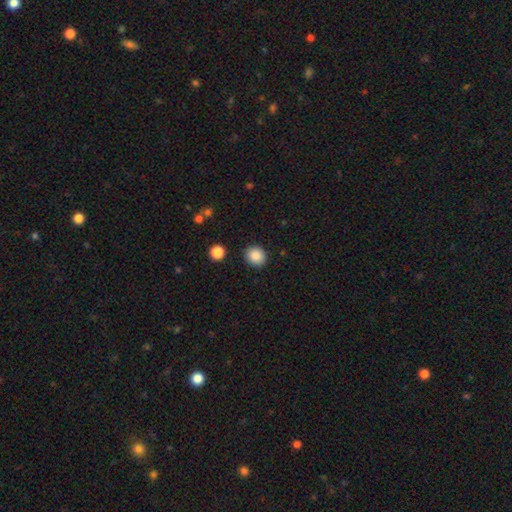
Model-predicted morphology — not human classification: type=smooth (88%); roundness=round (80%); merging=none (90%).